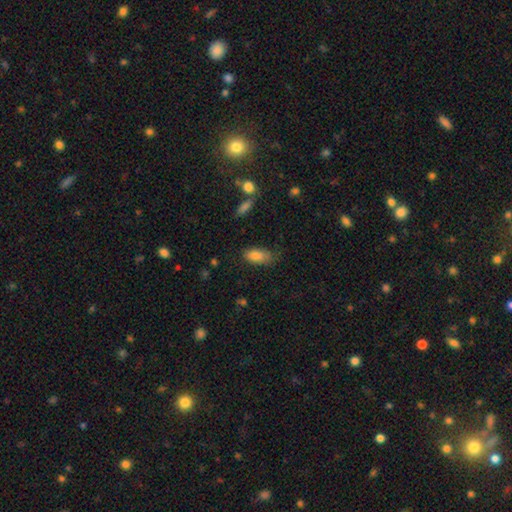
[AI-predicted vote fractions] smooth-or-featured: smooth: 83% | featured or disk: 9% | star or artifact: 8%
  how-rounded: in between: 88% | cigar-shaped: 8% | round: 3%
  merging: none: 62% | minor disturbance: 27% | major disturbance: 8% | merger: 2%